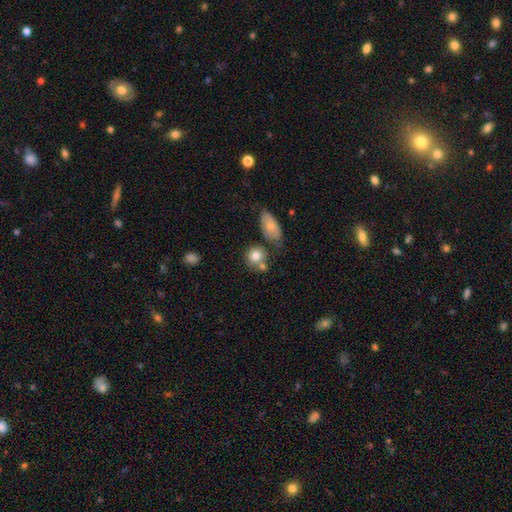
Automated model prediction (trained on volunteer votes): Smooth or featured?
  - smooth: 80% *
  - featured or disk: 11%
  - star or artifact: 9%
How rounded?
  - round: 79% *
  - in between: 20%
  - cigar-shaped: 2%
Merging?
  - none: 54% *
  - merger: 27%
  - minor disturbance: 13%
  - major disturbance: 5%